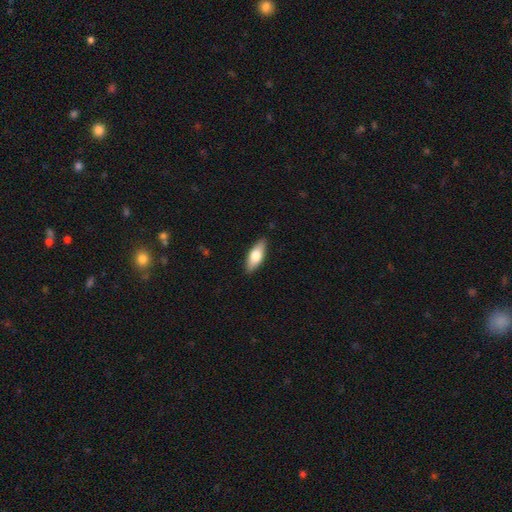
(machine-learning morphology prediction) Smooth or featured? Predicted: smooth (p=0.68). How rounded? Predicted: in between (p=0.72). Merging? Predicted: none (p=0.87).